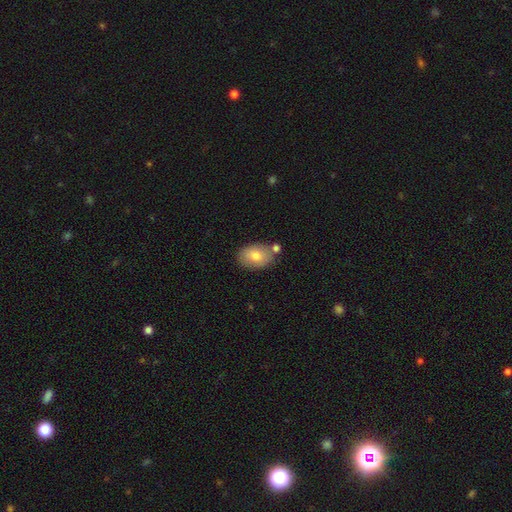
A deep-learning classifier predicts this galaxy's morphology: Smooth or featured? smooth (76%)
How rounded? in between (82%)
Merging? none (73%)